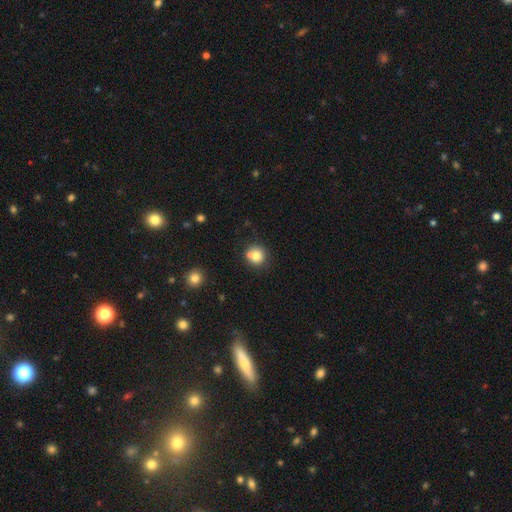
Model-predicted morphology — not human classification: Q: Smooth or featured?
A: smooth (78%); runner-up: featured or disk (12%)
Q: How rounded?
A: round (90%); runner-up: in between (9%)
Q: Merging?
A: none (65%); runner-up: merger (20%)